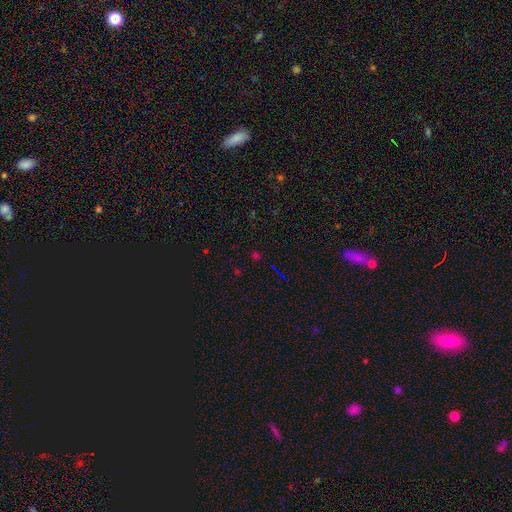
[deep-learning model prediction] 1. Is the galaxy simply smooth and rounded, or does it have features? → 58% star or artifact, 34% smooth, 7% featured or disk.